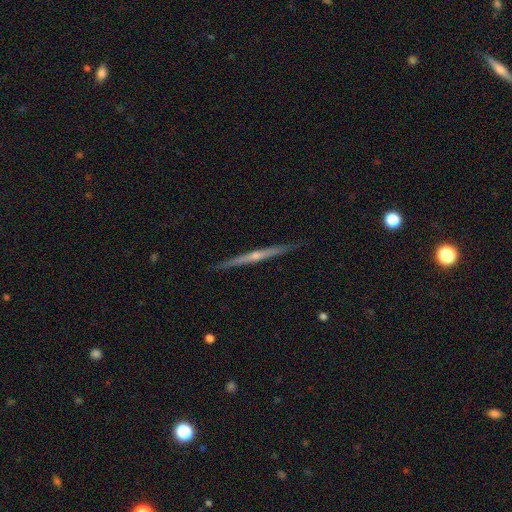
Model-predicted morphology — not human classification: type=featured or disk (78%); edge-on=yes (98%); edge-on bulge=rounded (72%); merging=none (91%).